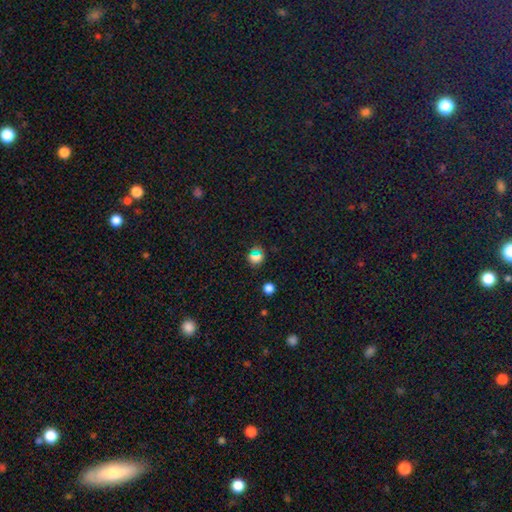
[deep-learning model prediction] Smooth or featured? smooth (55%)
How rounded? round (84%)
Merging? none (84%)